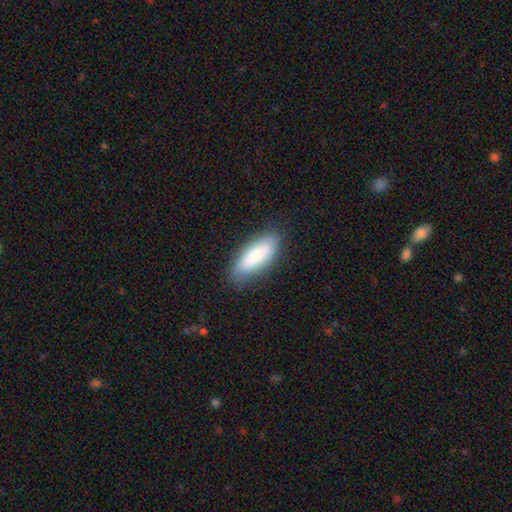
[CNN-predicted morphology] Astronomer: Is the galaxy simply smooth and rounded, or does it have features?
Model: smooth — 79%.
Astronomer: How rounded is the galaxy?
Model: in between — 69%.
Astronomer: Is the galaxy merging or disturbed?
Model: none — 80%.